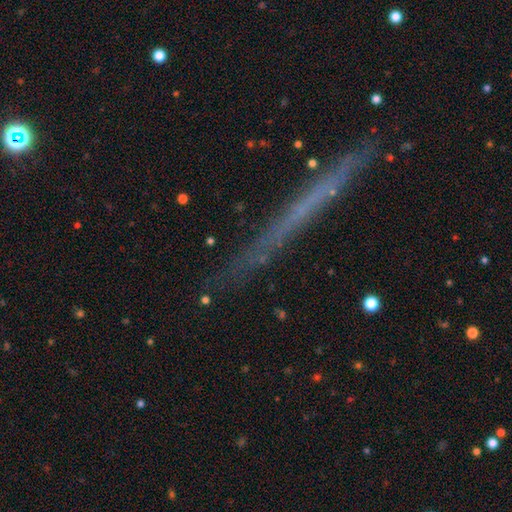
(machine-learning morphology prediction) type=featured or disk (50%); merging=none (85%).